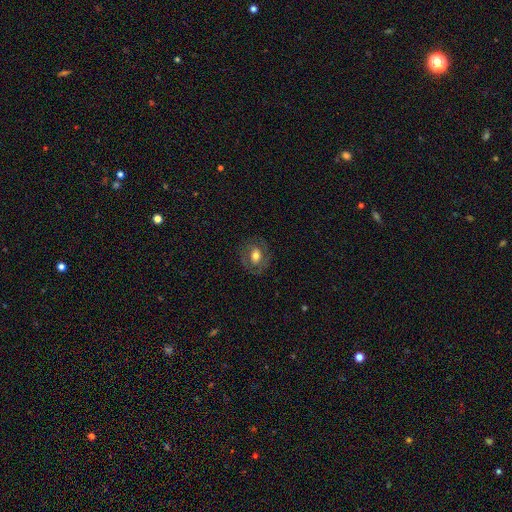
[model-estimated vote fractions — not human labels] This appears to be a smooth galaxy with no disk features (49%). Merging: none (77%).